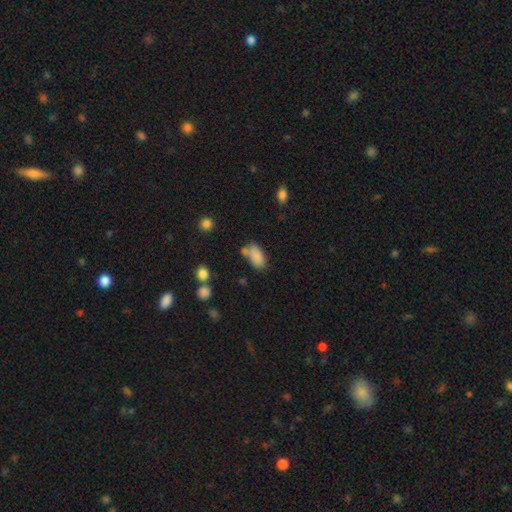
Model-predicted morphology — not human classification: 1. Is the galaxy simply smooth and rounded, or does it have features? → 84% smooth, 9% star or artifact, 7% featured or disk.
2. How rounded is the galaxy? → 91% in between, 5% cigar-shaped, 4% round.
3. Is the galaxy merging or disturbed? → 55% none, 20% minor disturbance, 19% merger, 7% major disturbance.